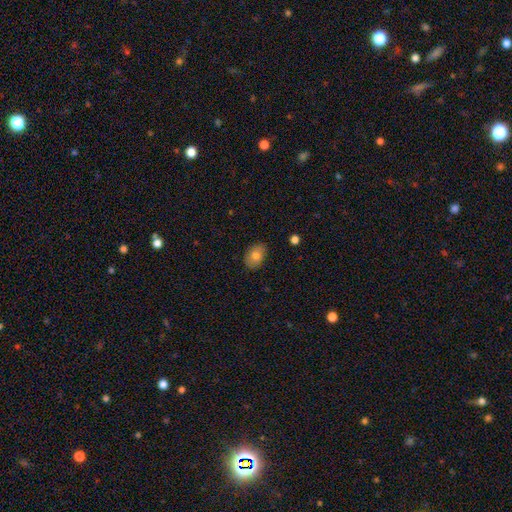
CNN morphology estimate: Overall: smooth (78%). How rounded: in between (81%). Merging: none (83%).